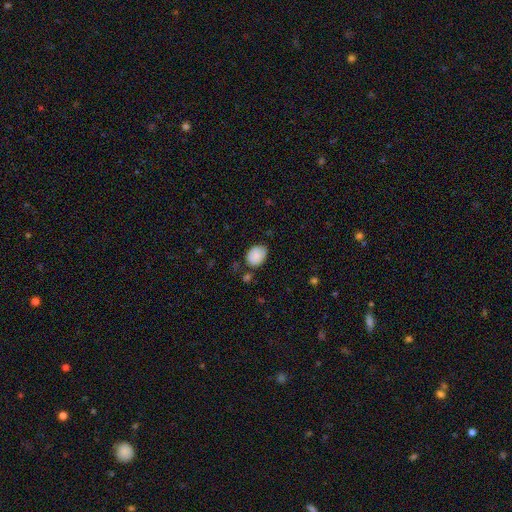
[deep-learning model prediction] Smooth or featured? Predicted: smooth (p=0.87). How rounded? Predicted: in between (p=0.69). Merging? Predicted: none (p=0.66).